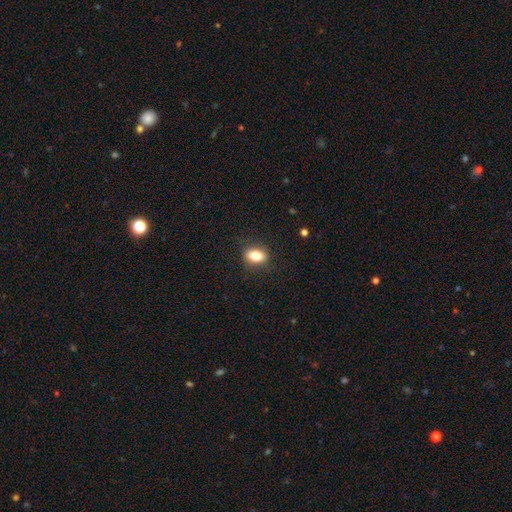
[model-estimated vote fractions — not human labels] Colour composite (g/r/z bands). It shows a smooth galaxy with no disk features (80%) that is in between round and cigar-shaped (78%). Merging: none (87%).